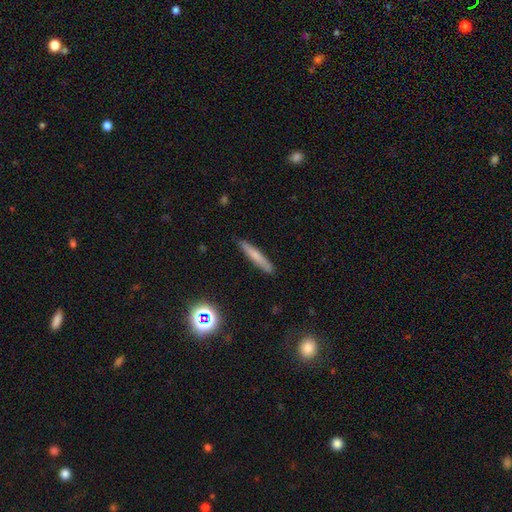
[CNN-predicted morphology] Smooth or featured?
  - smooth: 66% *
  - featured or disk: 24%
  - star or artifact: 9%
How rounded?
  - cigar-shaped: 93% *
  - in between: 5%
  - round: 2%
Merging?
  - none: 88% *
  - minor disturbance: 9%
  - major disturbance: 2%
  - merger: 1%